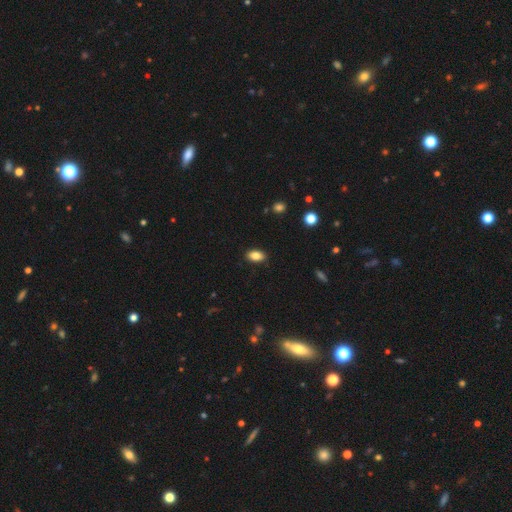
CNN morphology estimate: This is clearly a smooth galaxy (85%). How rounded: clearly in between (90%). Merging: clearly none (88%).